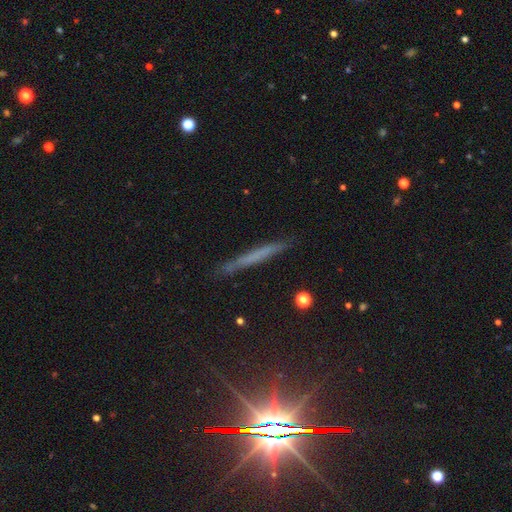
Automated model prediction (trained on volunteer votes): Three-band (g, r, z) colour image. It shows a smooth galaxy with no disk features (45%). Merging: none (85%).